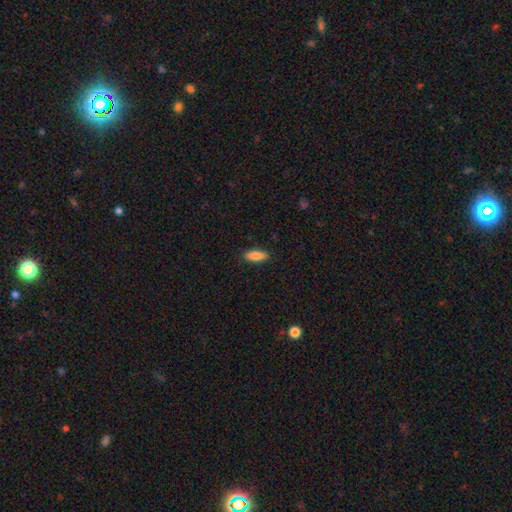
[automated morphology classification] The model was most divided on "how rounded": in between: 67%, cigar-shaped: 30%, round: 2%. More confident: merging — none (88%); smooth or featured — smooth (83%).